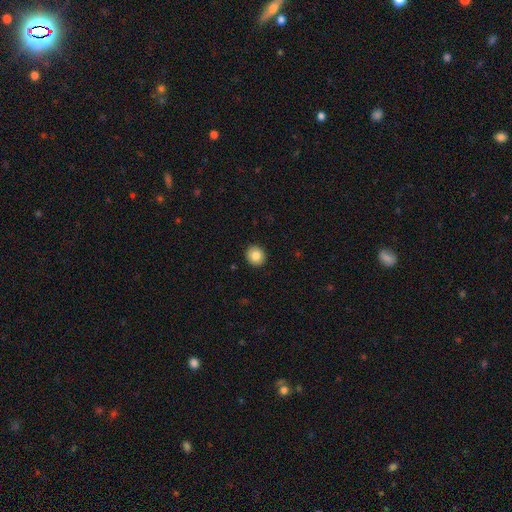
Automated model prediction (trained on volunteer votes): This appears to be a smooth galaxy with no disk features (84%) that is round (86%). Merging: none (92%).